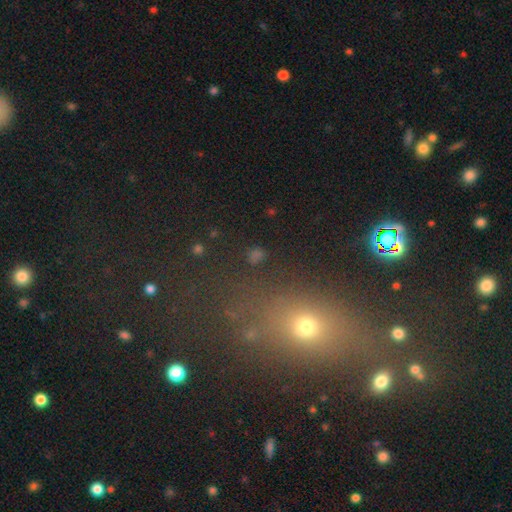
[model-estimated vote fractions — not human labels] This is possibly a smooth galaxy (53%). How rounded: possibly round (56%). Merging: likely none (78%).